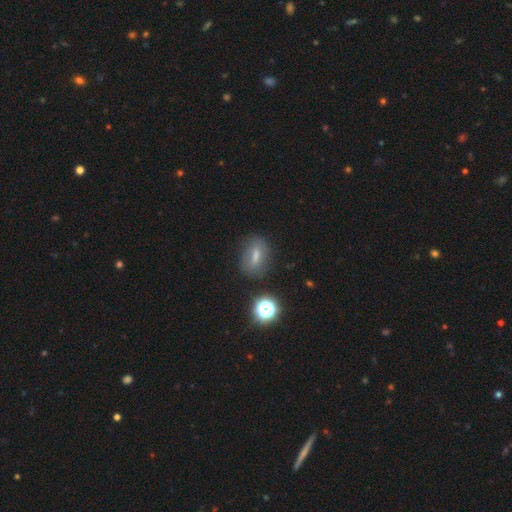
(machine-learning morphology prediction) Smooth or featured? smooth (60%)
How rounded? in between (68%)
Merging? none (71%)